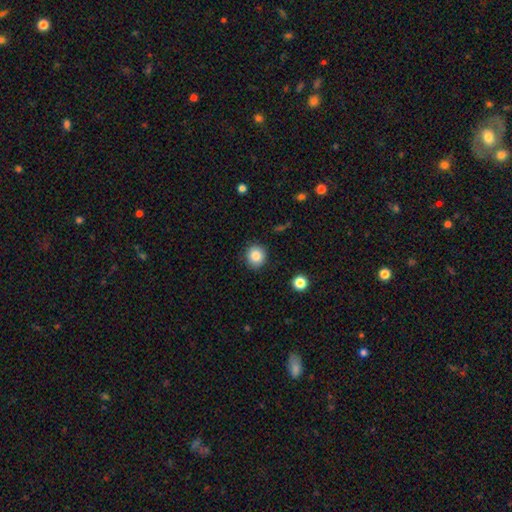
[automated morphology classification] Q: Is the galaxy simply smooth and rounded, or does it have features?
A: smooth — 85%.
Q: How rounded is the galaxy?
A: round — 89%.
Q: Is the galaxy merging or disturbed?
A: none — 89%.